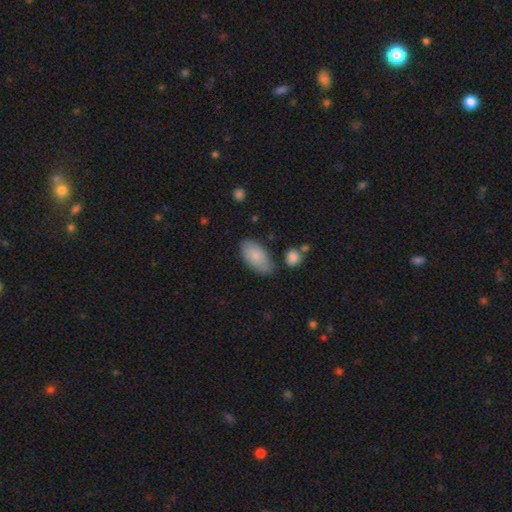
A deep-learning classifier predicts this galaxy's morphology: Q: Smooth or featured?
A: smooth (84%); runner-up: featured or disk (10%)
Q: How rounded?
A: in between (94%); runner-up: cigar-shaped (3%)
Q: Merging?
A: none (72%); runner-up: minor disturbance (19%)